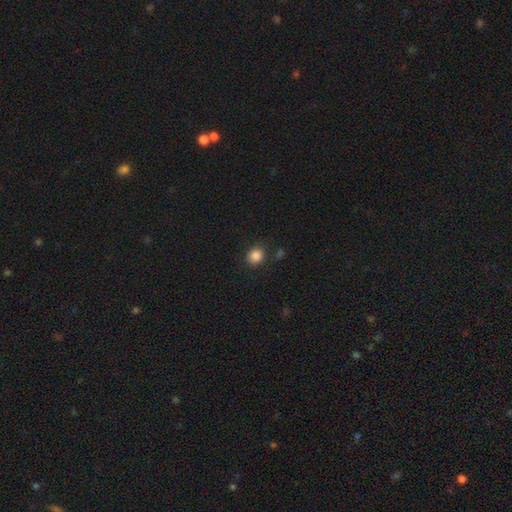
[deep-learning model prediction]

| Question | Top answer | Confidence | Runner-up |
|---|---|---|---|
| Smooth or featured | smooth | 86% | star or artifact (11%) |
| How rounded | round | 80% | in between (19%) |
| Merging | none | 84% | minor disturbance (10%) |